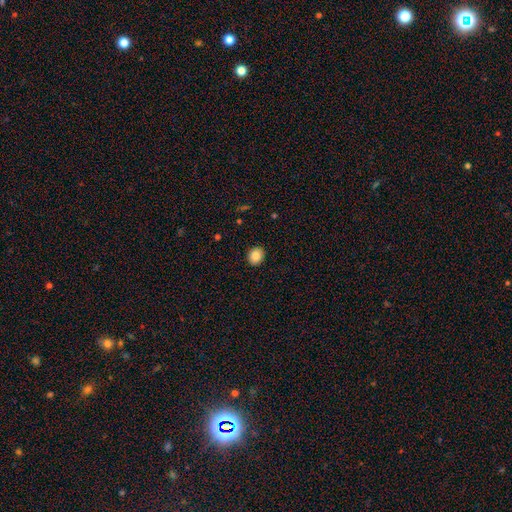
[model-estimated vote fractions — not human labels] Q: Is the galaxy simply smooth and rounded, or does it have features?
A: smooth — 87%.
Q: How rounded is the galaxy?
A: round — 60%.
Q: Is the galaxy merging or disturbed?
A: none — 91%.